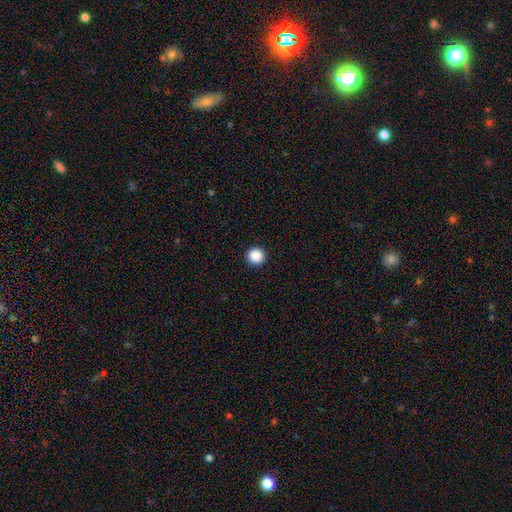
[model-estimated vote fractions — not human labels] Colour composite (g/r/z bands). It shows a smooth galaxy with no disk features (88%) that is round (96%). Merging: none (94%).